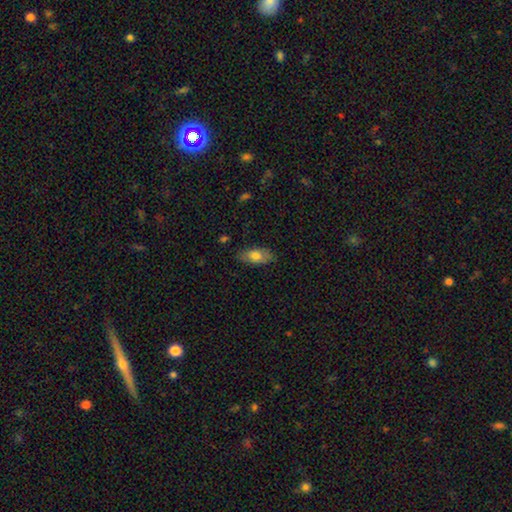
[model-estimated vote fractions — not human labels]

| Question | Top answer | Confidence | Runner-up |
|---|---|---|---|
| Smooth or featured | smooth | 73% | featured or disk (20%) |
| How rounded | in between | 88% | cigar-shaped (8%) |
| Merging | none | 79% | minor disturbance (17%) |